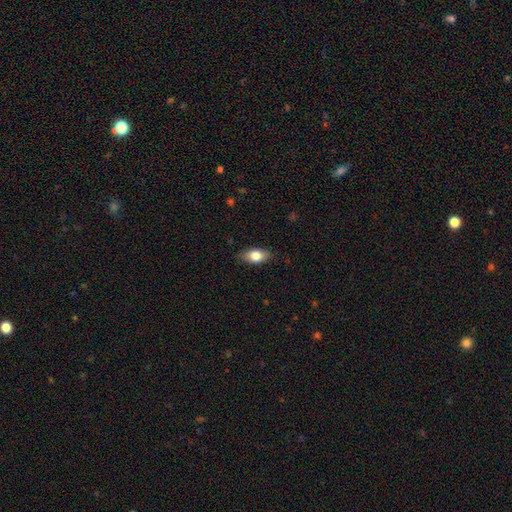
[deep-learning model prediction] smooth_or_featured: smooth (p=0.77) [alt: featured or disk p=0.16]
how_rounded: in between (p=0.87) [alt: cigar-shaped p=0.07]
merging: none (p=0.85) [alt: minor disturbance p=0.12]